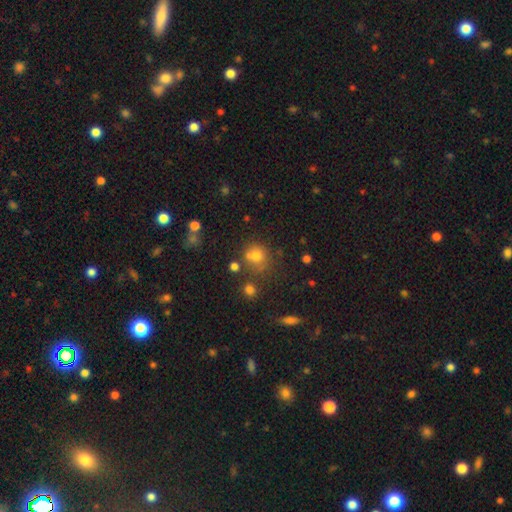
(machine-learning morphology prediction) The model was most divided on "merging": none: 58%, merger: 19%, minor disturbance: 16%, major disturbance: 7%. More confident: how rounded — round (81%); smooth or featured — smooth (72%).